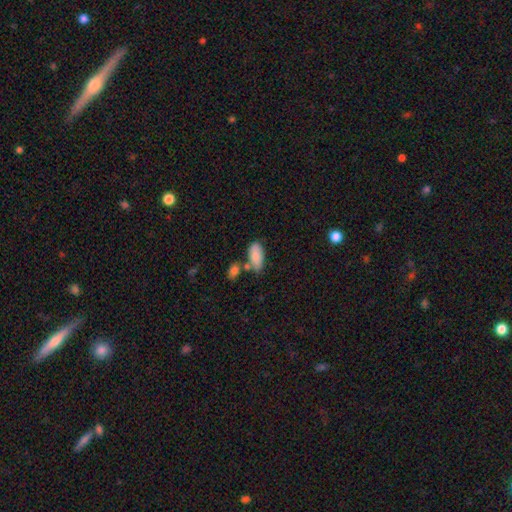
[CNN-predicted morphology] Smooth or featured: smooth — 85% (featured or disk — 9%)
How rounded: in between — 90% (cigar-shaped — 7%)
Merging: none — 57% (minor disturbance — 19%)